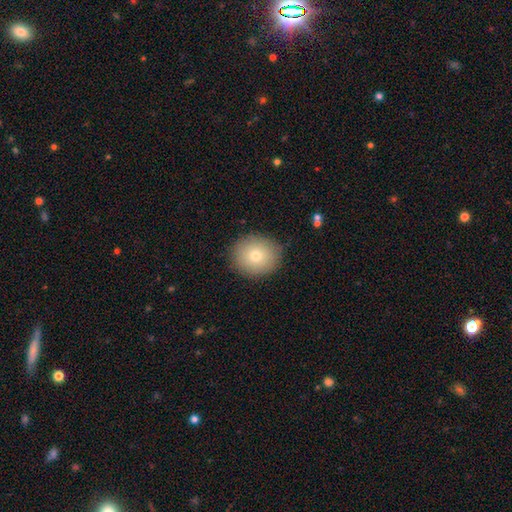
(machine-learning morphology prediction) smooth 76%, featured or disk 14%, star or artifact 10%. Down the decision tree: how rounded — round (81%); merging — none (87%).